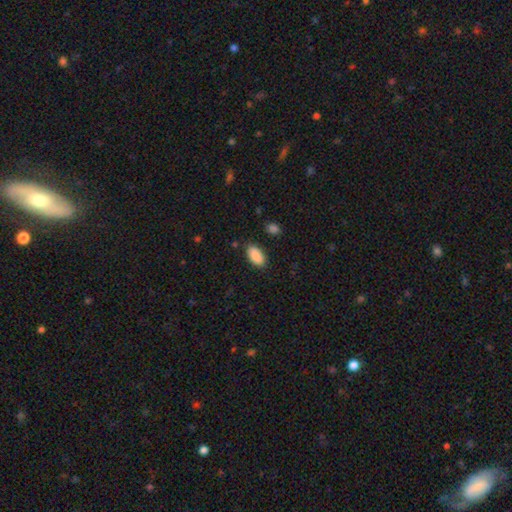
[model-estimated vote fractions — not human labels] Smooth or featured?
  - smooth: 90% *
  - star or artifact: 7%
  - featured or disk: 4%
How rounded?
  - in between: 94% *
  - cigar-shaped: 3%
  - round: 3%
Merging?
  - none: 83% *
  - minor disturbance: 12%
  - major disturbance: 3%
  - merger: 2%